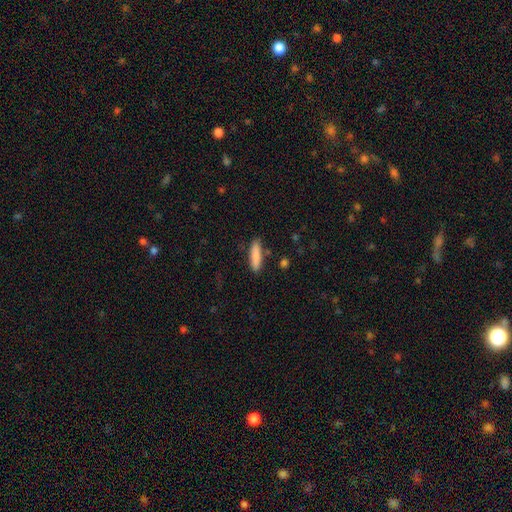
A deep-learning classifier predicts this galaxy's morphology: type=smooth (86%); roundness=cigar-shaped (71%); merging=none (84%).